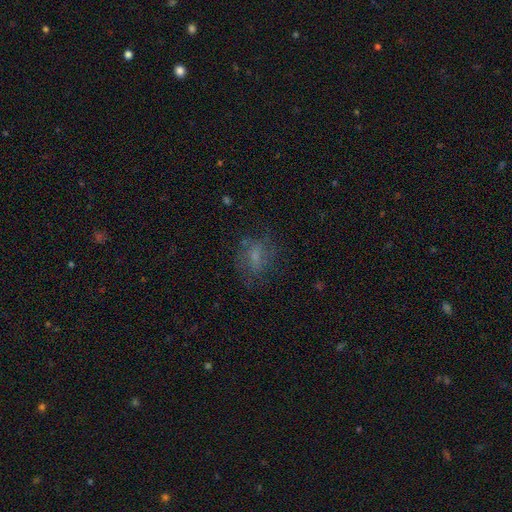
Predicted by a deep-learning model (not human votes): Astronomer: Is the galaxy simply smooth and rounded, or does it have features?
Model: smooth — 54%.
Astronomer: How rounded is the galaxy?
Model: in between — 59% (runner-up: round, 36%).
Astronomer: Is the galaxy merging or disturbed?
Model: none — 63%.